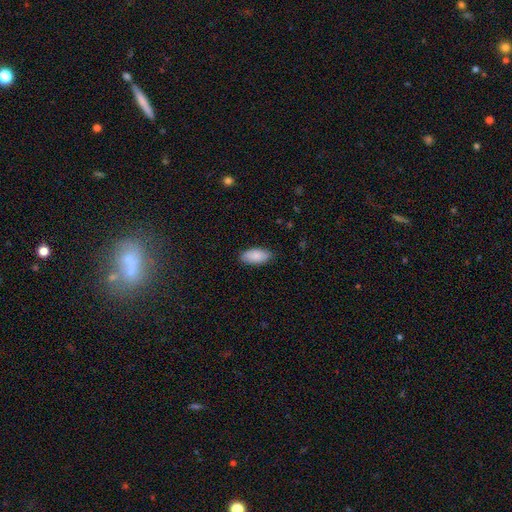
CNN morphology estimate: type=smooth (88%); roundness=in between (92%); merging=none (86%).